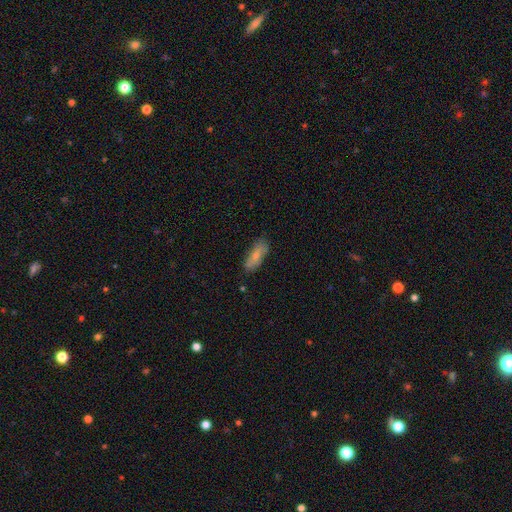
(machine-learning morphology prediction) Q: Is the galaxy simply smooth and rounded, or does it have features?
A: smooth — 74%.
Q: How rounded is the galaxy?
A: in between — 67%.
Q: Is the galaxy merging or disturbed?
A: none — 73%.